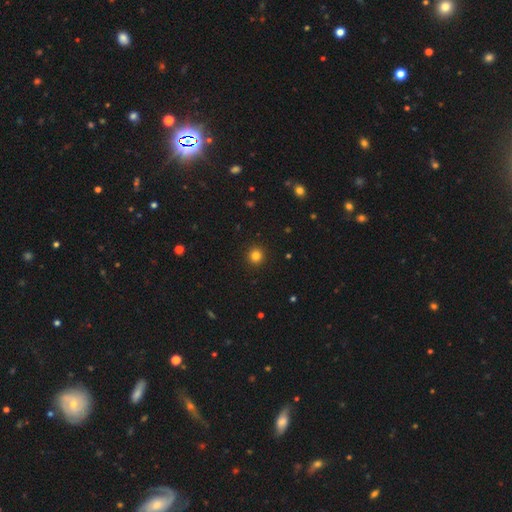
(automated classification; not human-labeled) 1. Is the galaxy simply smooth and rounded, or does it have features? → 83% smooth, 13% star or artifact, 5% featured or disk.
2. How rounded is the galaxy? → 95% round, 4% in between, 1% cigar-shaped.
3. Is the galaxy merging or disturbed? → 93% none, 5% minor disturbance, 2% major disturbance, 1% merger.